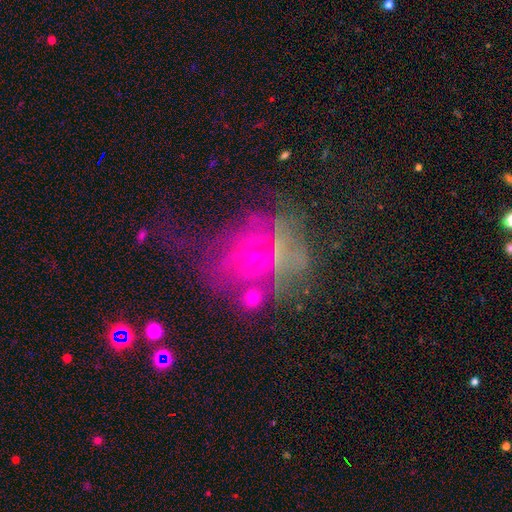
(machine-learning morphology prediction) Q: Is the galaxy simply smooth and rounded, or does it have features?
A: featured or disk — 41%.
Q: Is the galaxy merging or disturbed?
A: none — 41%.